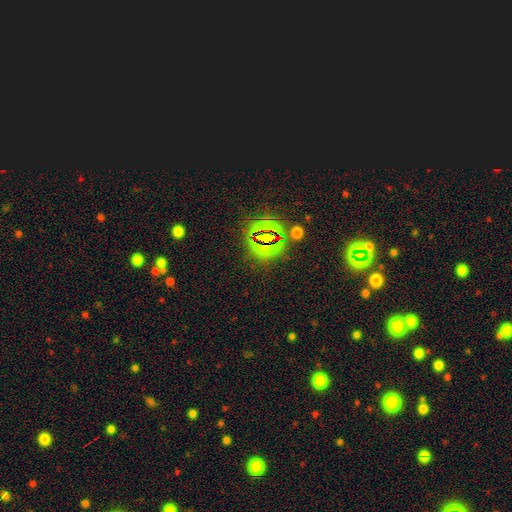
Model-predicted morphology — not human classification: This appears to be a star or artifact, not a galaxy (75%).